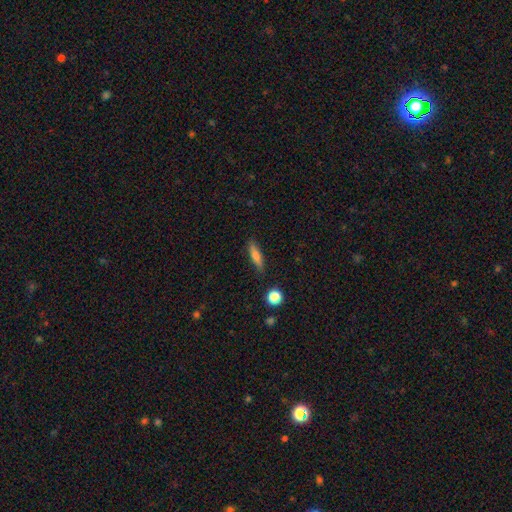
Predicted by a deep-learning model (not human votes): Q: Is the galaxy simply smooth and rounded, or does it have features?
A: smooth — 69%.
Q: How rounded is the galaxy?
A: cigar-shaped — 72%.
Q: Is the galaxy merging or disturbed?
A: none — 87%.